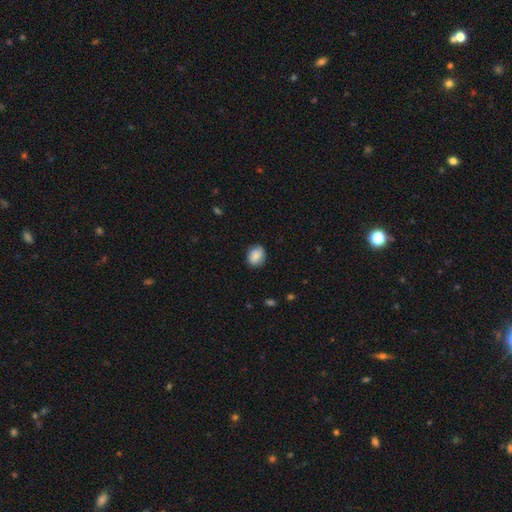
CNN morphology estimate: type=smooth (84%); roundness=round (53%); merging=none (83%).